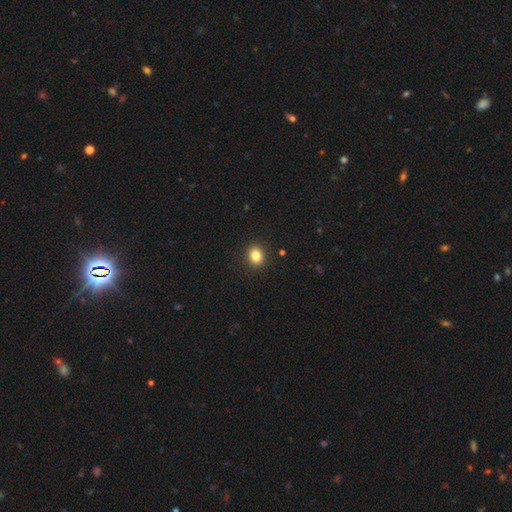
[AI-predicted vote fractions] Smooth or featured?
  - smooth: 83% *
  - star or artifact: 11%
  - featured or disk: 5%
How rounded?
  - round: 73% *
  - in between: 26%
  - cigar-shaped: 1%
Merging?
  - none: 92% *
  - minor disturbance: 5%
  - major disturbance: 2%
  - merger: 1%